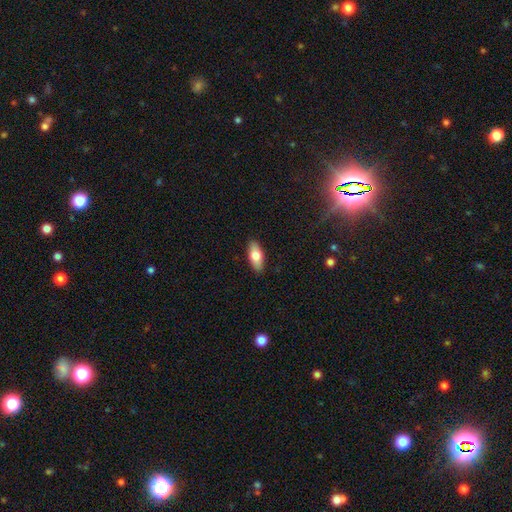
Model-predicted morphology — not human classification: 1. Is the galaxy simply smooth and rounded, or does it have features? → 75% smooth, 18% featured or disk, 6% star or artifact.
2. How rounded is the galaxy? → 84% in between, 14% cigar-shaped, 2% round.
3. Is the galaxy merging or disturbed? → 90% none, 8% minor disturbance, 2% major disturbance, 1% merger.